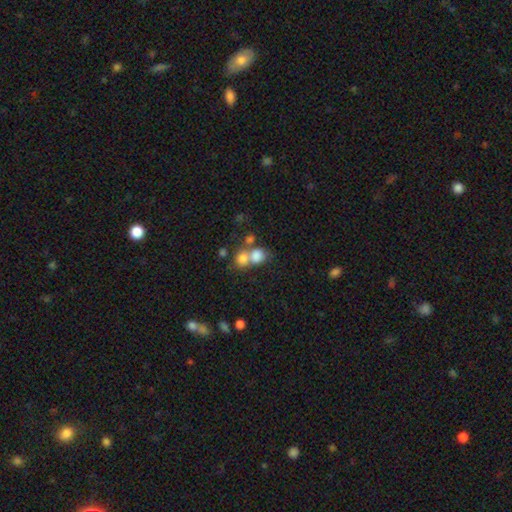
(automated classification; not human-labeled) This is likely a smooth galaxy (76%). How rounded: likely round (68%). Merging: possibly merger (55%).